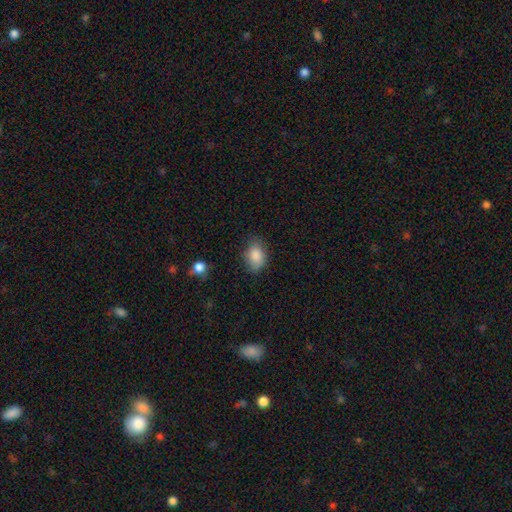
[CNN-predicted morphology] Q: Smooth or featured?
A: smooth (86%); runner-up: star or artifact (8%)
Q: How rounded?
A: in between (81%); runner-up: round (18%)
Q: Merging?
A: none (69%); runner-up: minor disturbance (24%)